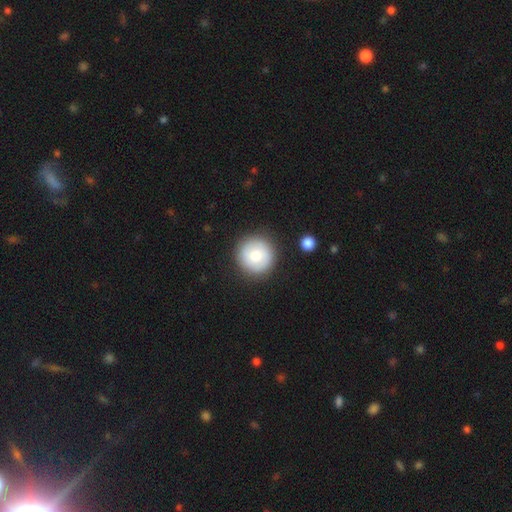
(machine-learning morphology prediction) Smooth or featured?
  - smooth: 72% *
  - featured or disk: 21%
  - star or artifact: 7%
How rounded?
  - round: 96% *
  - in between: 3%
  - cigar-shaped: 1%
Merging?
  - none: 88% *
  - minor disturbance: 7%
  - major disturbance: 2%
  - merger: 2%